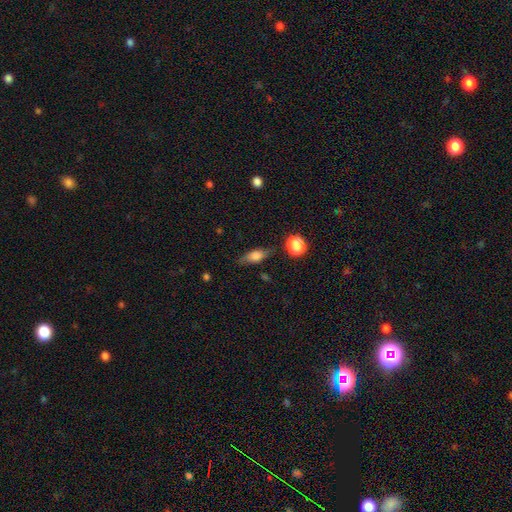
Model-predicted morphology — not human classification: A smooth galaxy with no disk features (68%) that is in between round and cigar-shaped (67%). Merging: none (74%).